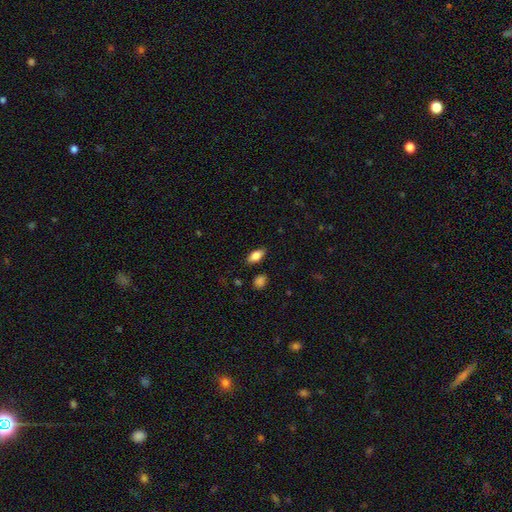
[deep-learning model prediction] Overall: smooth (80%). How rounded: in between (88%). Merging: none (85%).